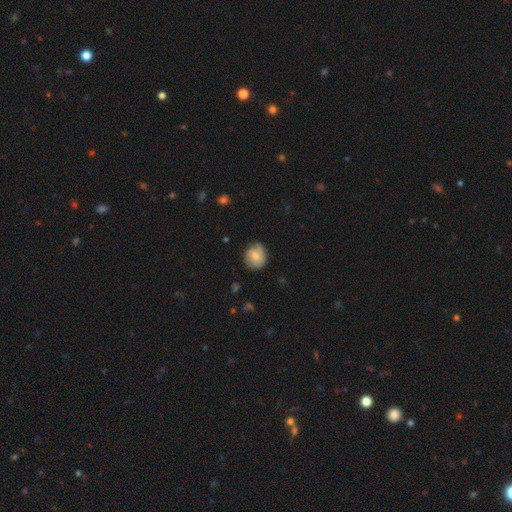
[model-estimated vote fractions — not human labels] Smooth or featured? Predicted: featured or disk (p=0.49). Merging? Predicted: none (p=0.69).